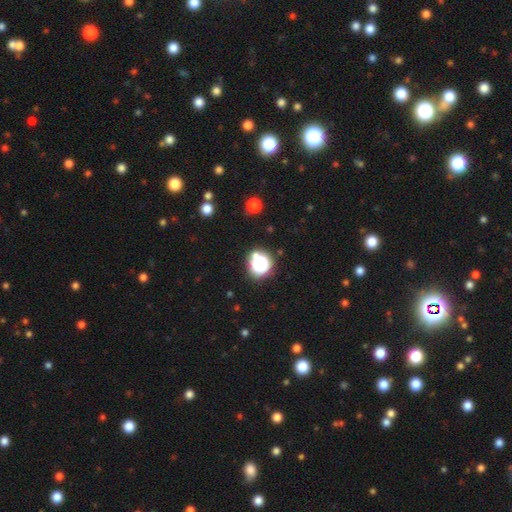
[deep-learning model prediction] The model was most divided on "smooth or featured": star or artifact: 51%, smooth: 39%, featured or disk: 10%.